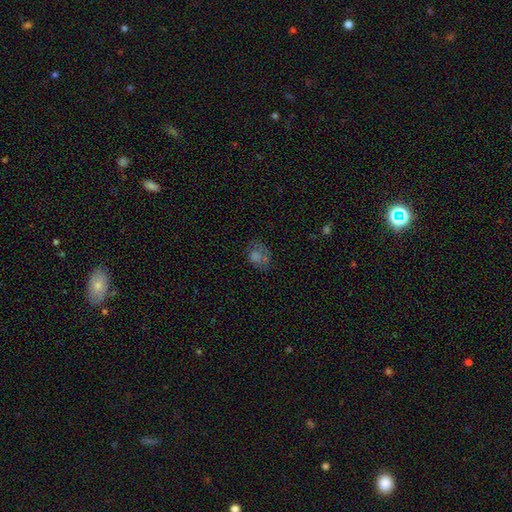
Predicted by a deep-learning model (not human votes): Smooth or featured? Predicted: smooth (p=0.54). How rounded? Predicted: in between (p=0.56). Merging? Predicted: none (p=0.54).